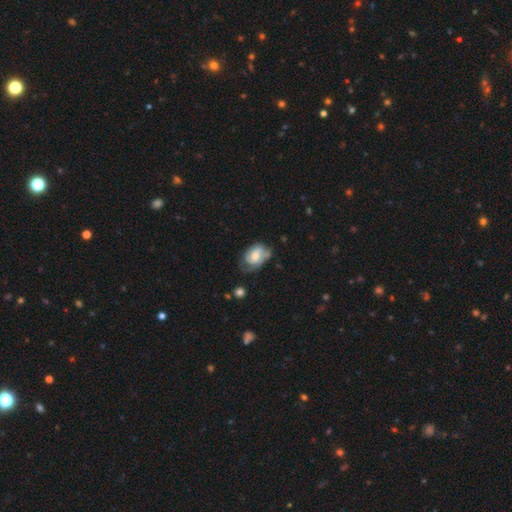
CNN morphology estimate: This is possibly a featured or disk galaxy (54%). It is clearly not viewed edge-on (96%). Bar: likely no (60%). Spiral arm pattern: likely yes (80%). Central bulge: marginally moderate (45%). Merging: possibly none (46%).